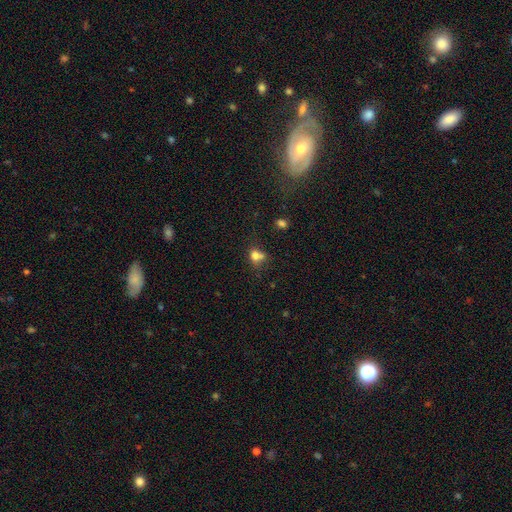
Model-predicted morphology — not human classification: This appears to be a smooth galaxy with no disk features (73%) that is round (61%). Merging: merger (44%).